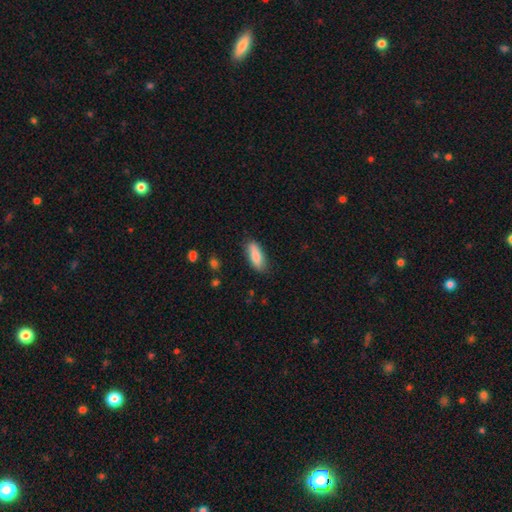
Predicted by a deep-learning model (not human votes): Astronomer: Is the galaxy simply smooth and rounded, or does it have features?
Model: smooth — 85%.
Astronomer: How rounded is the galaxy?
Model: in between — 69%.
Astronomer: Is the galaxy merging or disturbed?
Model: none — 80%.